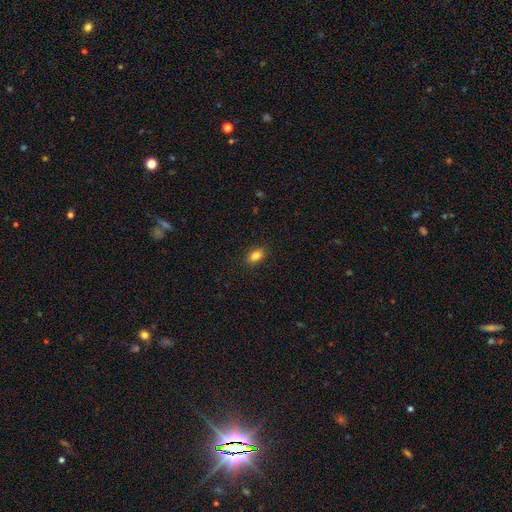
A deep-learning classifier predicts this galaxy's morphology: smooth 85%, star or artifact 9%, featured or disk 6%. Down the decision tree: how rounded — in between (86%); merging — none (89%).